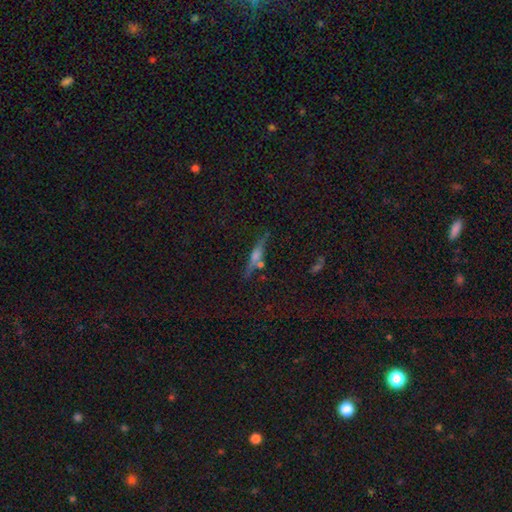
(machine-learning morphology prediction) Q: Smooth or featured?
A: featured or disk (60%); runner-up: smooth (27%)
Q: Edge-on disk?
A: yes (95%); runner-up: no (5%)
Q: Edge-on bulge?
A: rounded (76%); runner-up: boxy (13%)
Q: Merging?
A: none (80%); runner-up: minor disturbance (11%)